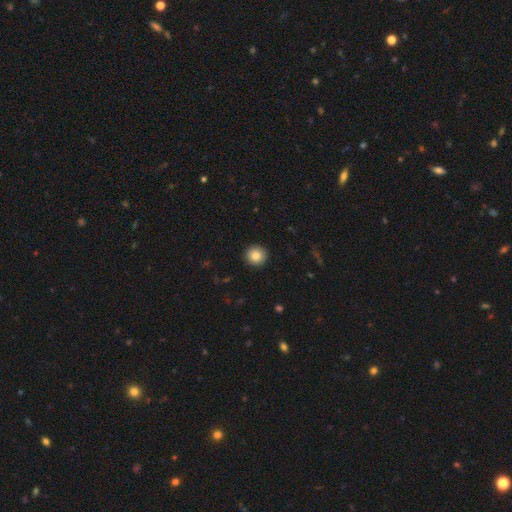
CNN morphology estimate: This is clearly a smooth galaxy (86%). How rounded: clearly round (95%). Merging: clearly none (93%).